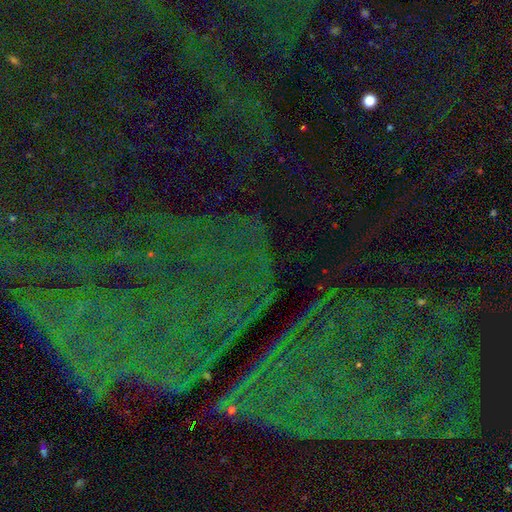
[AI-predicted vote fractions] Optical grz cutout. It shows a star or artifact, not a galaxy (83%).